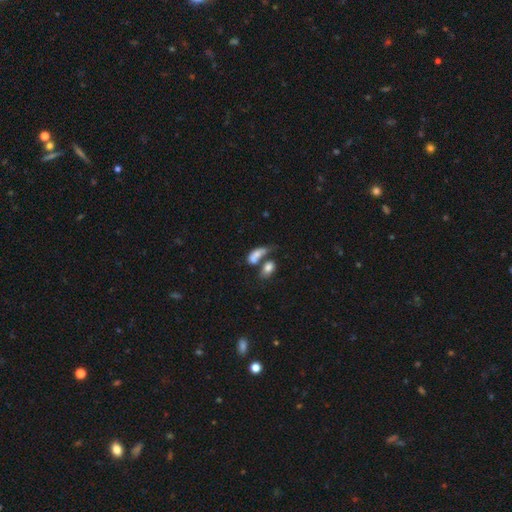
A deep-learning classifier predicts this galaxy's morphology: Q: Smooth or featured?
A: smooth (74%); runner-up: featured or disk (18%)
Q: How rounded?
A: in between (84%); runner-up: round (9%)
Q: Merging?
A: merger (58%); runner-up: none (20%)